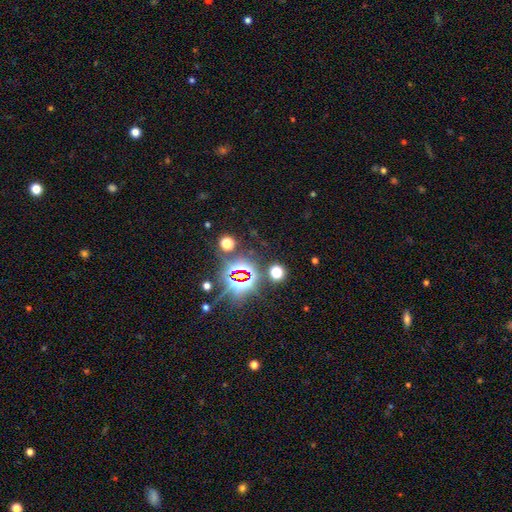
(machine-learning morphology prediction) Smooth or featured? Predicted: star or artifact (p=0.82).